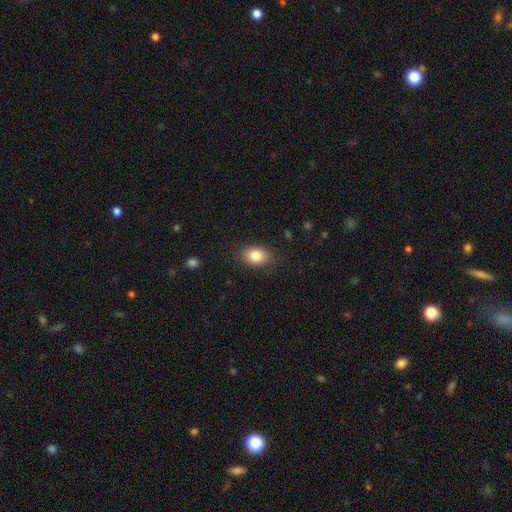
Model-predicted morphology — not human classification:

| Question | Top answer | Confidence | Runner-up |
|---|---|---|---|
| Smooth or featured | smooth | 84% | star or artifact (8%) |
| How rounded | in between | 79% | round (20%) |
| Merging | none | 83% | minor disturbance (12%) |